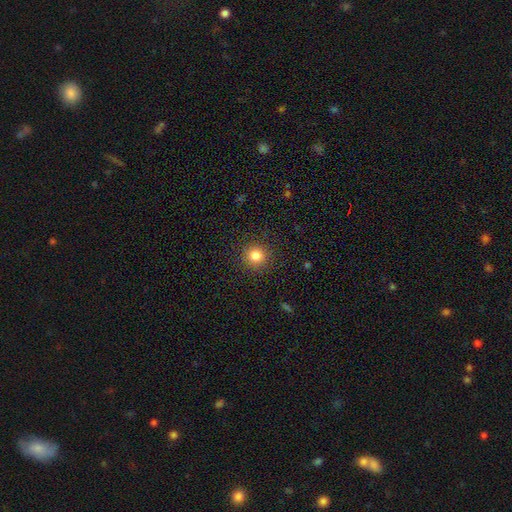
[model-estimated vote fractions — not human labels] Smooth or featured? Predicted: smooth (p=0.82). How rounded? Predicted: round (p=0.94). Merging? Predicted: none (p=0.91).